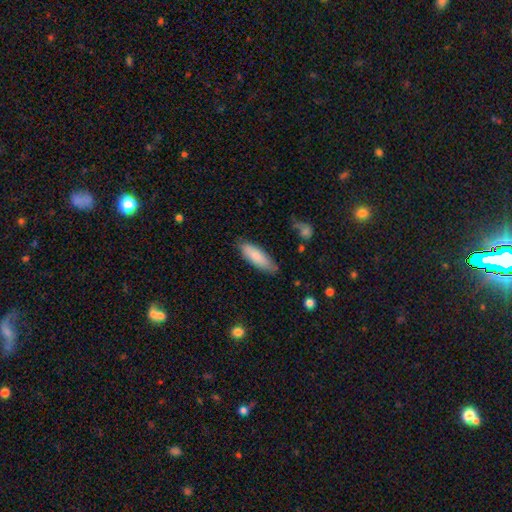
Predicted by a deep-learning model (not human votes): smooth-or-featured: smooth: 82% | featured or disk: 12% | star or artifact: 5%
  how-rounded: in between: 55% | cigar-shaped: 43% | round: 1%
  merging: none: 78% | minor disturbance: 17% | major disturbance: 3% | merger: 2%